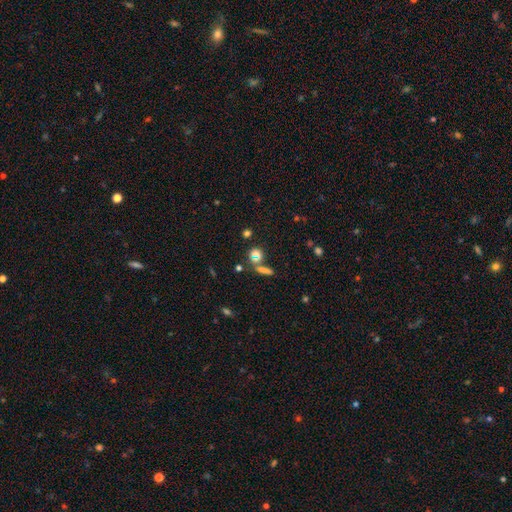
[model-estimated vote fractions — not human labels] Smooth or featured? Predicted: smooth (p=0.63). How rounded? Predicted: round (p=0.65). Merging? Predicted: none (p=0.60).